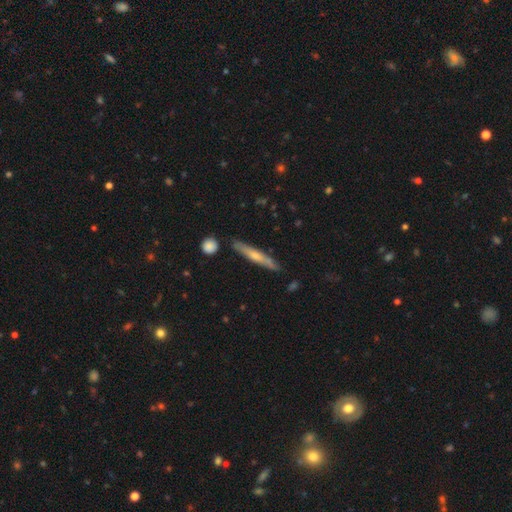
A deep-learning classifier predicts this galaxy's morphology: Smooth or featured?
  - featured or disk: 51% *
  - smooth: 44%
  - star or artifact: 6%
Edge-on disk?
  - yes: 92% *
  - no: 8%
Merging?
  - none: 83% *
  - minor disturbance: 12%
  - merger: 3%
  - major disturbance: 2%